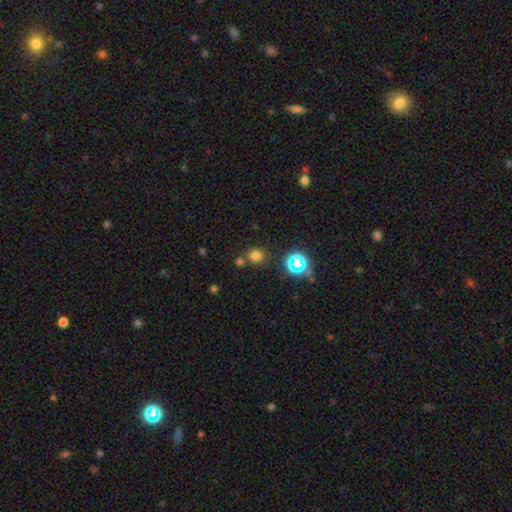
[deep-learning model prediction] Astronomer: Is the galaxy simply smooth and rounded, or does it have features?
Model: smooth — 70%.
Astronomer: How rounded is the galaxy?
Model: round — 80%.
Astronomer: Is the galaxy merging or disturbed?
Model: none — 72%.